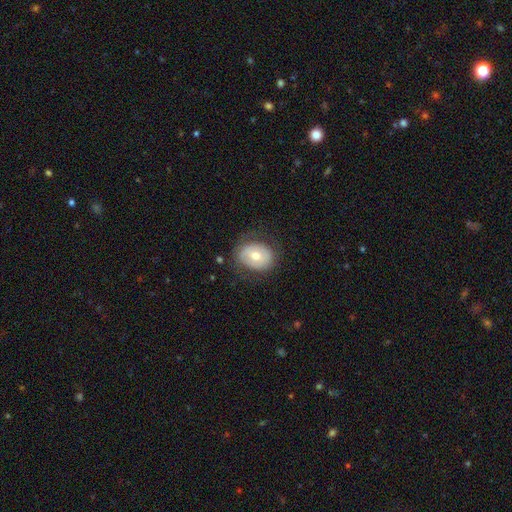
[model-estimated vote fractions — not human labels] Q: Smooth or featured?
A: smooth (59%); runner-up: featured or disk (34%)
Q: How rounded?
A: in between (56%); runner-up: round (43%)
Q: Merging?
A: none (72%); runner-up: minor disturbance (18%)